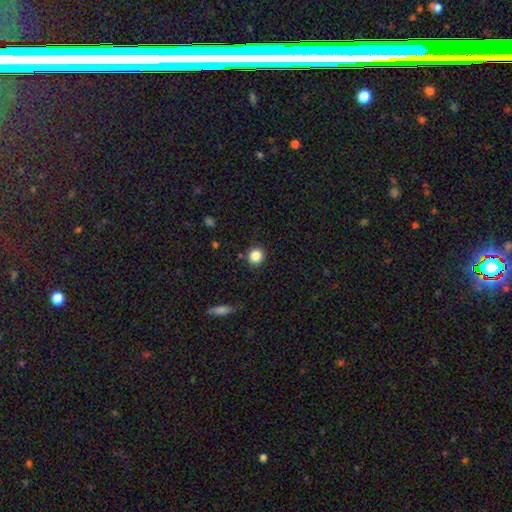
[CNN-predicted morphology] Smooth or featured? smooth (85%)
How rounded? round (90%)
Merging? none (88%)